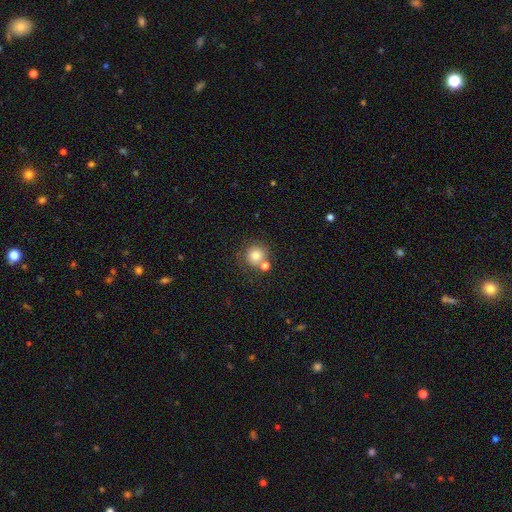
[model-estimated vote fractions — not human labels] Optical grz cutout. It shows a smooth galaxy with no disk features (78%) that is round (91%). Merging: none (62%).